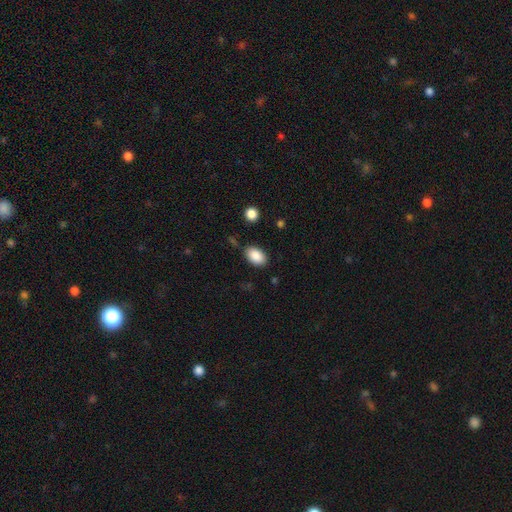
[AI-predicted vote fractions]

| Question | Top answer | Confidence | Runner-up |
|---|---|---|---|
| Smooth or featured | smooth | 88% | star or artifact (7%) |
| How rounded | in between | 90% | round (9%) |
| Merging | none | 82% | minor disturbance (12%) |